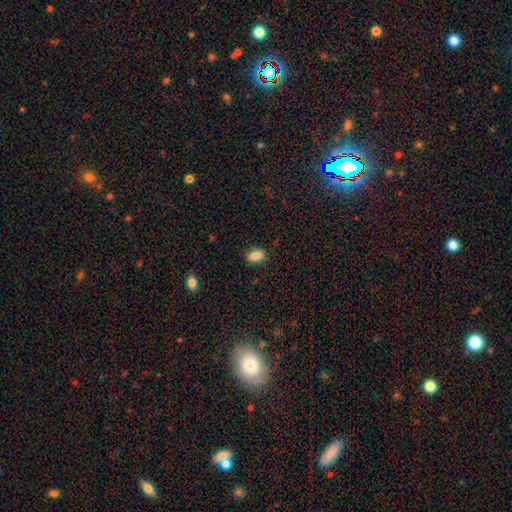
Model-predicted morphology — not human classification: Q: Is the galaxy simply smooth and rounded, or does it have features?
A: smooth — 85%.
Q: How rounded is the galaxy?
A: in between — 86%.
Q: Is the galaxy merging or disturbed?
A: none — 85%.